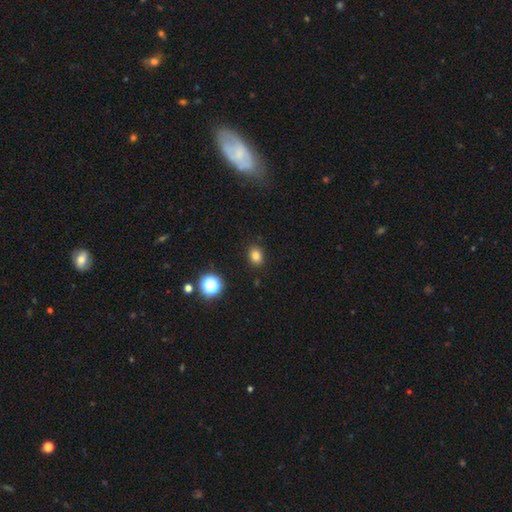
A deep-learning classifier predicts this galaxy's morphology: type=smooth (81%); roundness=round (53%); merging=none (89%).